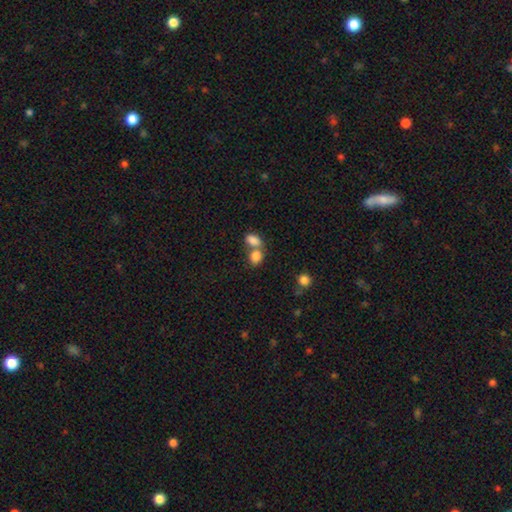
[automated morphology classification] A smooth galaxy with no disk features (83%) that is in between round and cigar-shaped (65%). Merging: merger (55%).